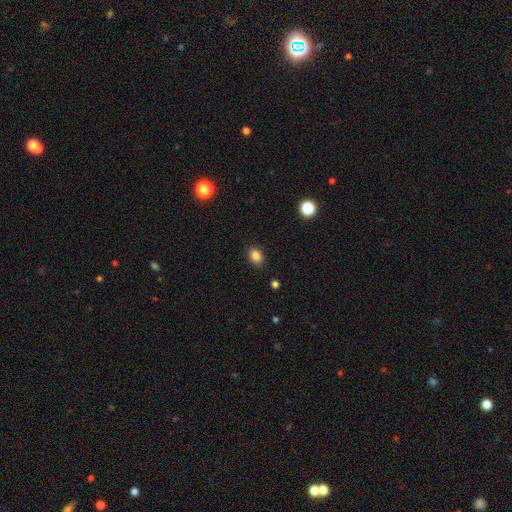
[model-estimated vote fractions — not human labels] This appears to be a smooth galaxy with no disk features (86%) that is in between round and cigar-shaped (69%). Merging: none (88%).